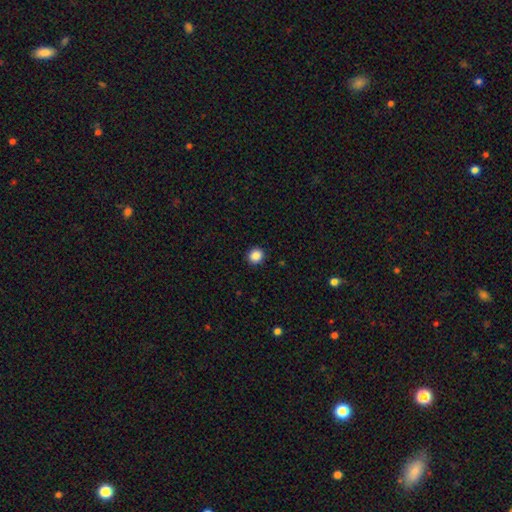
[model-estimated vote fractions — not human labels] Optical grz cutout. It shows a smooth galaxy with no disk features (88%) that is round (90%). Merging: none (92%).